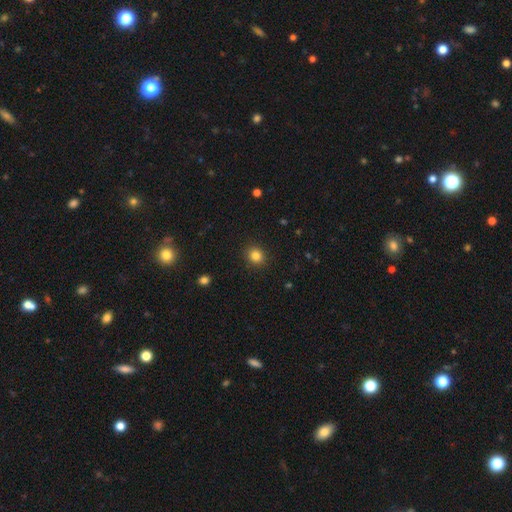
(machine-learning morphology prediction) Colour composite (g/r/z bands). It shows a smooth galaxy with no disk features (84%) that is round (79%). Merging: none (90%).